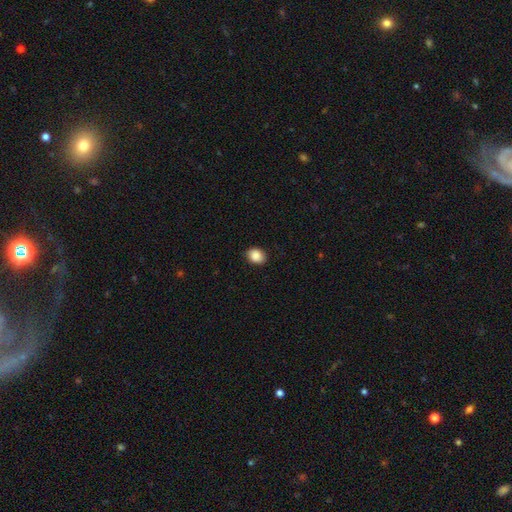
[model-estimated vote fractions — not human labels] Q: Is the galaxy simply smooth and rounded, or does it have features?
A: smooth — 89%.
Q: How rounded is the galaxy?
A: in between — 56%.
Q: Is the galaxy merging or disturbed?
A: none — 87%.